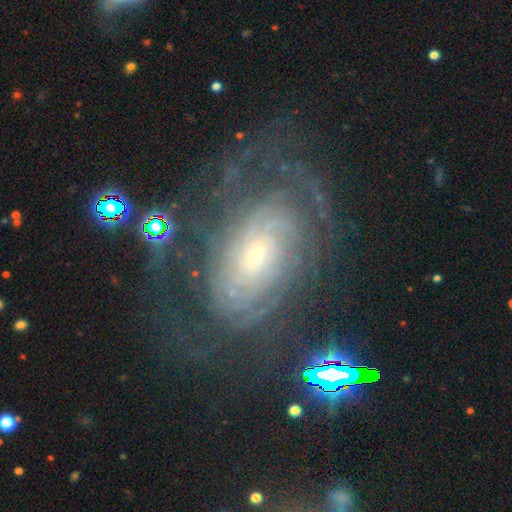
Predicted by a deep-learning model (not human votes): Smooth or featured? featured or disk (81%)
Edge-on disk? no (95%)
Bar? no (73%)
Spiral arms? yes (92%)
Spiral winding? tight (72%)
Spiral arm count? can't tell (49%)
Bulge size? small (79%)
Merging? none (63%)